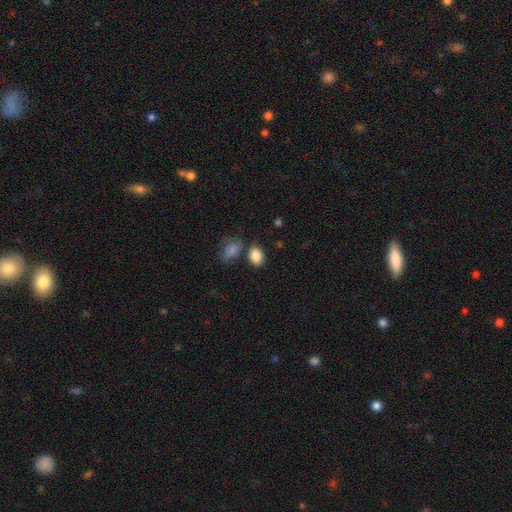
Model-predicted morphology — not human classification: This appears to be a smooth galaxy with no disk features (87%) that is in between round and cigar-shaped (79%). Merging: none (71%).